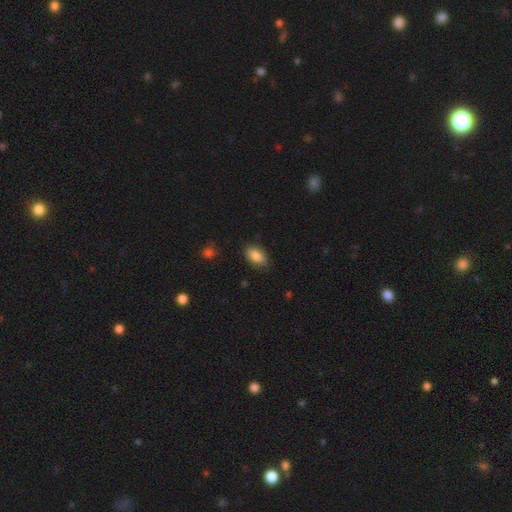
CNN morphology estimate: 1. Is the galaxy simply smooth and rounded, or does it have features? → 85% smooth, 7% star or artifact, 7% featured or disk.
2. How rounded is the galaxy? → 91% in between, 7% round, 2% cigar-shaped.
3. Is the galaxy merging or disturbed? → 81% none, 15% minor disturbance, 3% major disturbance, 1% merger.